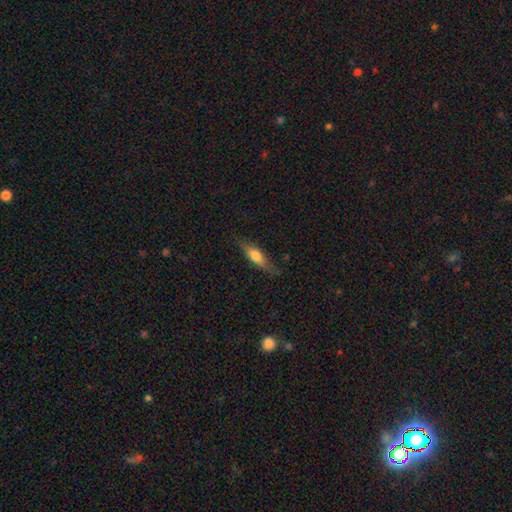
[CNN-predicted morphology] This is likely a smooth galaxy (61%). How rounded: possibly cigar-shaped (50%). Merging: likely none (76%).